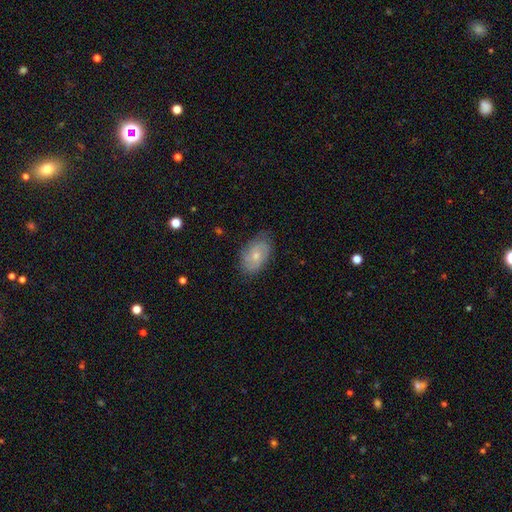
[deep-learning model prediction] Morphology: type=featured or disk (49%); merging=none (74%).